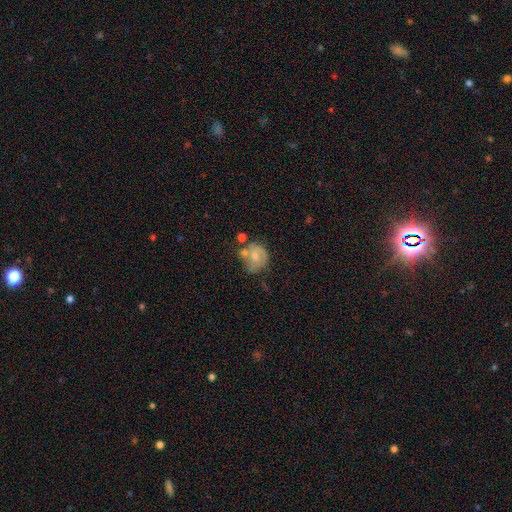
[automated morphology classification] smooth_or_featured: smooth (p=0.49) [alt: featured or disk p=0.42]
merging: none (p=0.37) [alt: minor disturbance p=0.26]